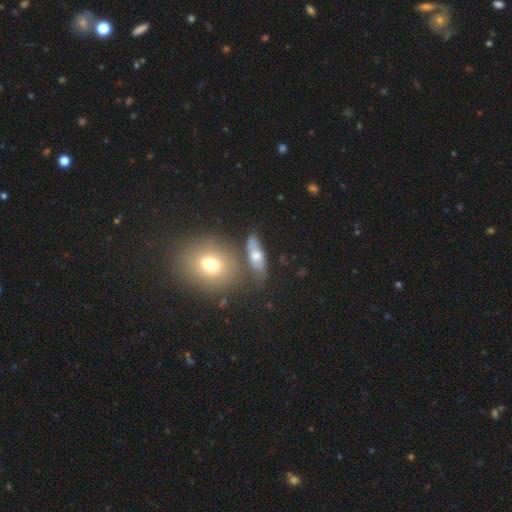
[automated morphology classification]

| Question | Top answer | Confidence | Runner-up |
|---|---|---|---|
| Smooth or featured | smooth | 55% | featured or disk (35%) |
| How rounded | in between | 62% | cigar-shaped (25%) |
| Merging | none | 55% | minor disturbance (19%) |